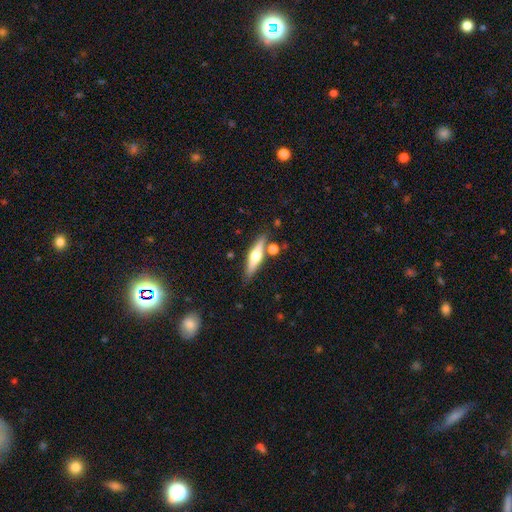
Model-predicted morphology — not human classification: The model was most divided on "smooth or featured": featured or disk: 57%, smooth: 37%, star or artifact: 6%. More confident: edge-on disk — yes (94%); edge-on bulge — rounded (93%); merging — none (79%).